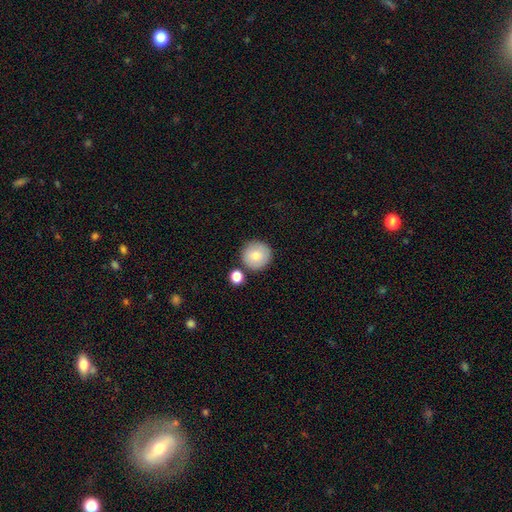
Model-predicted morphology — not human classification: This is likely a smooth galaxy (79%). How rounded: clearly round (96%). Merging: likely none (80%).